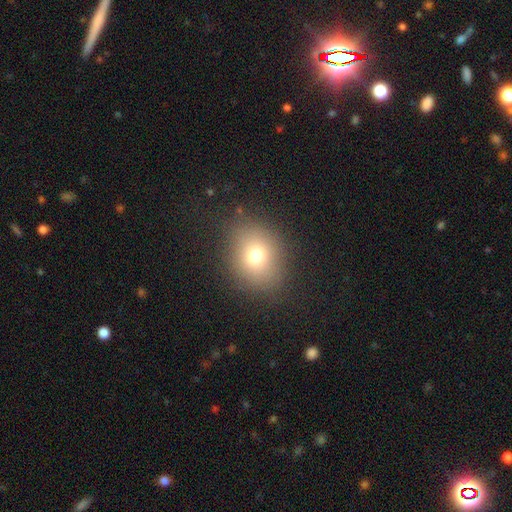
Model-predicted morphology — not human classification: This appears to be a smooth galaxy with no disk features (73%) that is round (57%). Merging: none (83%).